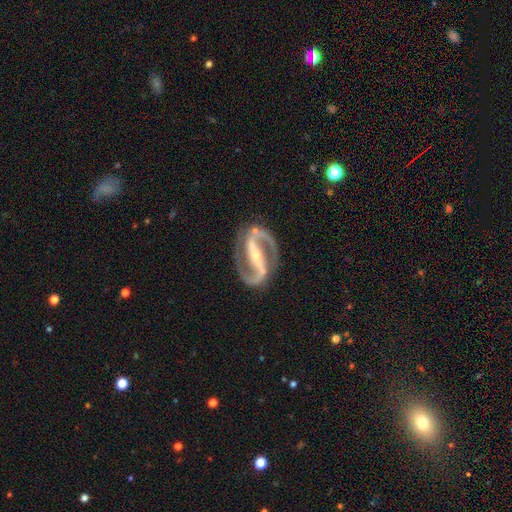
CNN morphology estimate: This appears to be a featured or disk galaxy (93%) with a strong bar (76%), 2 (95%) medium (61%) spiral arms (98%) and a small central bulge (64%). Merging: none (84%).